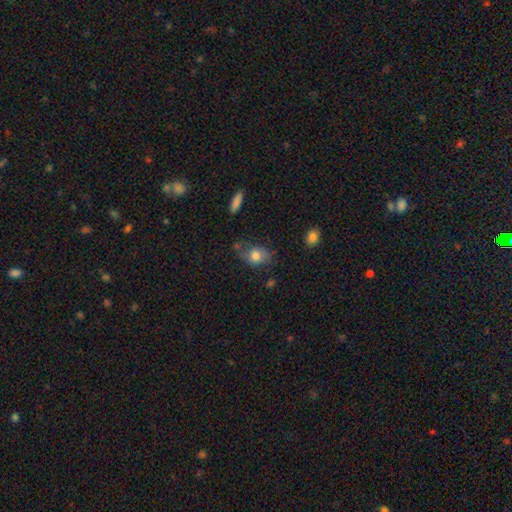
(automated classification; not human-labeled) Overall: smooth (76%). How rounded: in between (63%; round 35%). Merging: none (57%; minor disturbance 27%).